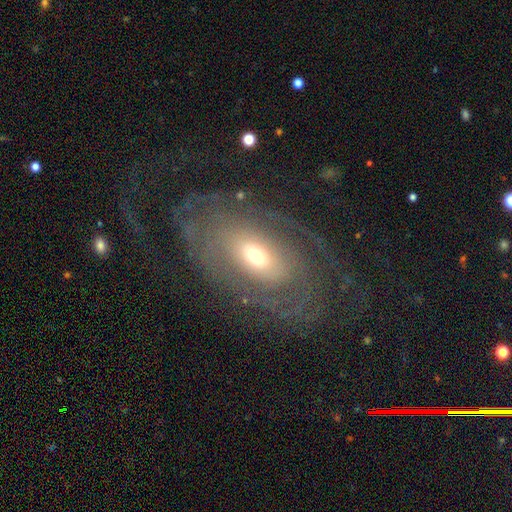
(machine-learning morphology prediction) smooth-or-featured: featured or disk: 77% | smooth: 16% | star or artifact: 7%
  disk-edge-on: no: 92% | yes: 8%
    bar: no: 64% | weak: 26% | strong: 10%
    has-spiral-arms: yes: 81% | no: 19%
      spiral-winding: tight: 62% | medium: 25% | loose: 12%
      spiral-arm-count: can't tell: 45% | 2: 27% | 3: 9% | 1: 7% | 4: 6% | more than 4: 6%
    bulge-size: moderate: 55% | small: 33% | large: 8% | dominant: 2% | none: 1%
  merging: none: 69% | minor disturbance: 16% | major disturbance: 13% | merger: 2%